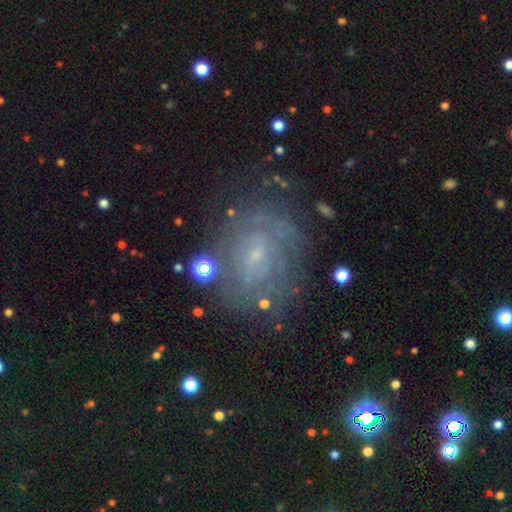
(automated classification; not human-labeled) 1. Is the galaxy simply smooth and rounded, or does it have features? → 70% featured or disk, 18% smooth, 12% star or artifact.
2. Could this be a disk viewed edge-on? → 97% no, 3% yes.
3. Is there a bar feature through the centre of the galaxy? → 47% no, 43% weak, 10% strong.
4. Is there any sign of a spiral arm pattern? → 73% yes, 27% no.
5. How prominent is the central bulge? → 76% small, 12% moderate, 10% none, 1% large, 1% dominant.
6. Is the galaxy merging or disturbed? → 69% none, 18% minor disturbance, 10% major disturbance, 3% merger.